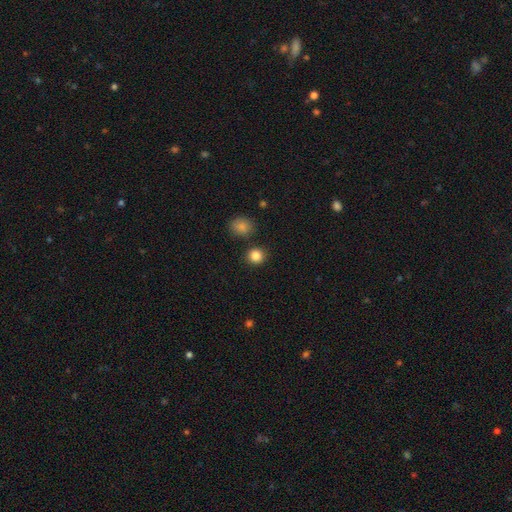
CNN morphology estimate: The model was most divided on "smooth or featured": smooth: 85%, star or artifact: 11%, featured or disk: 4%. More confident: how rounded — round (89%); merging — none (87%).